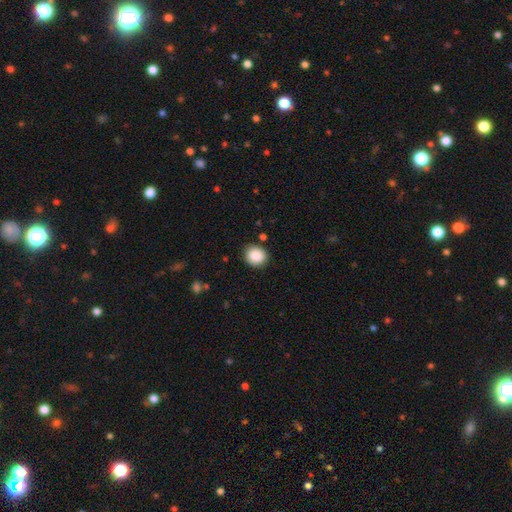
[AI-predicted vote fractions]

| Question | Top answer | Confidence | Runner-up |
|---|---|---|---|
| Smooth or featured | smooth | 88% | star or artifact (8%) |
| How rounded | round | 78% | in between (21%) |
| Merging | none | 88% | minor disturbance (8%) |